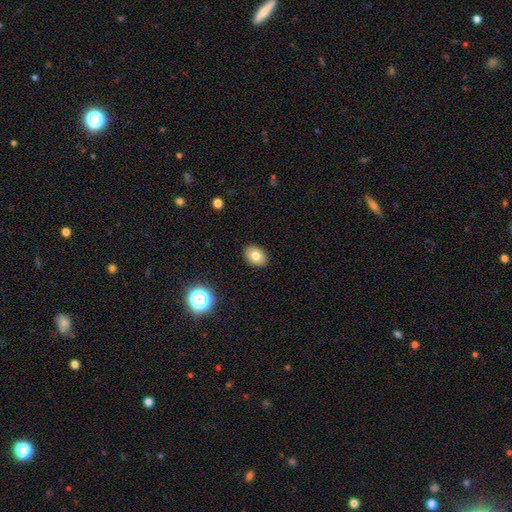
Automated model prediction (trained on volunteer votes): The model was most divided on "how rounded": in between: 79%, round: 20%, cigar-shaped: 1%. More confident: merging — none (90%); smooth or featured — smooth (78%).